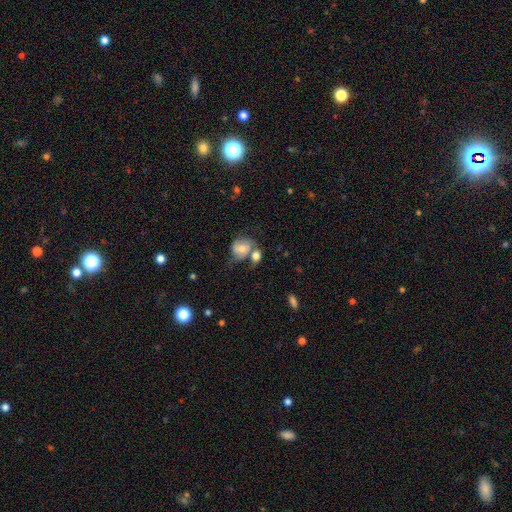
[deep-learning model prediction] A smooth galaxy with no disk features (62%) that is round (51%). Merging: merger (43%).